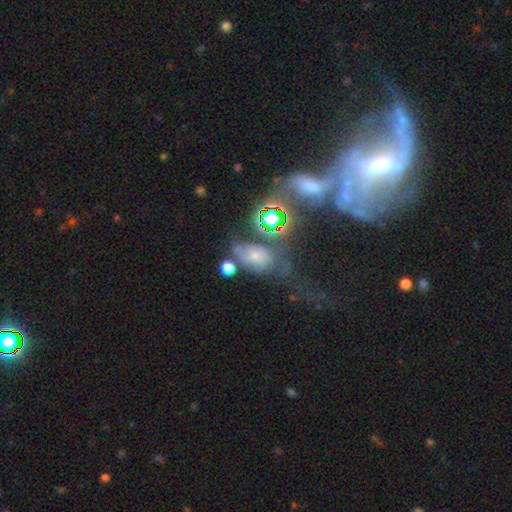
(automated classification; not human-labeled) Q: Smooth or featured?
A: smooth (46%); runner-up: featured or disk (28%)
Q: Merging?
A: none (38%); runner-up: major disturbance (25%)